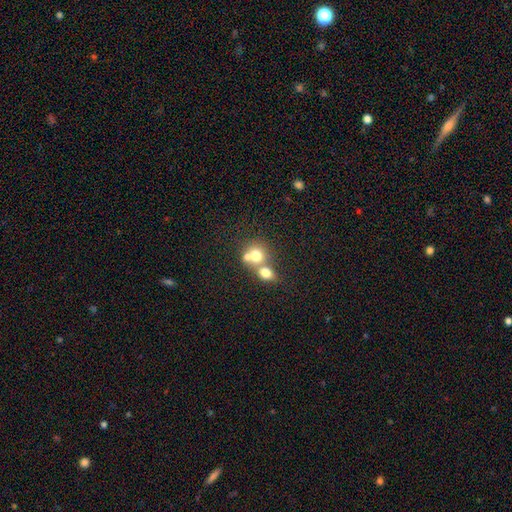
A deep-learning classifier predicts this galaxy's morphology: Smooth or featured?
  - smooth: 70% *
  - featured or disk: 18%
  - star or artifact: 12%
How rounded?
  - round: 75% *
  - in between: 24%
  - cigar-shaped: 1%
Merging?
  - merger: 61% *
  - none: 30%
  - minor disturbance: 6%
  - major disturbance: 3%